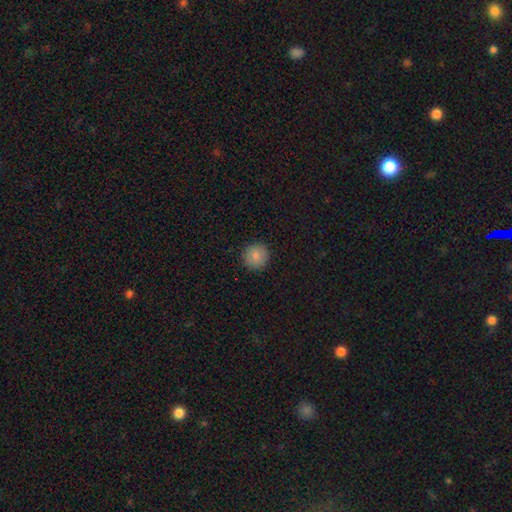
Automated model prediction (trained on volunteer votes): Overall: smooth (84%). How rounded: round (94%). Merging: none (91%).